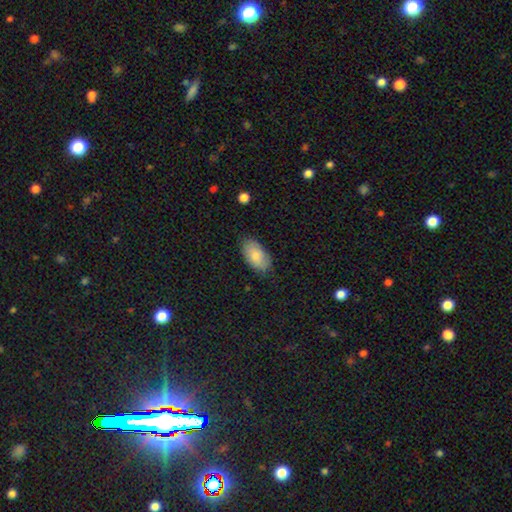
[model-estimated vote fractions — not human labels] Overall: smooth (80%). How rounded: in between (94%). Merging: none (76%).